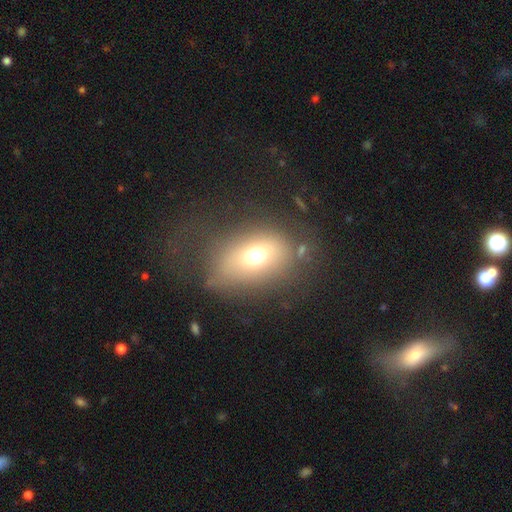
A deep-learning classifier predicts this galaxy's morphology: Smooth or featured?
  - smooth: 65% *
  - featured or disk: 18%
  - star or artifact: 17%
How rounded?
  - in between: 62% *
  - round: 36%
  - cigar-shaped: 2%
Merging?
  - none: 63% *
  - minor disturbance: 18%
  - major disturbance: 15%
  - merger: 4%